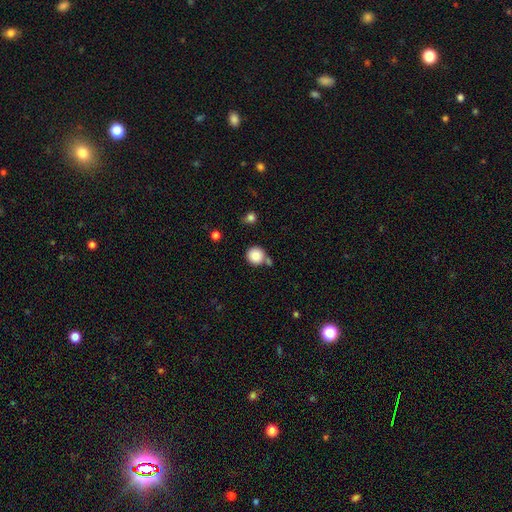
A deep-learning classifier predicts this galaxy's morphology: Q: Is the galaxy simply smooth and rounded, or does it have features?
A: smooth — 85%.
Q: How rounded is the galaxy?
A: round — 93%.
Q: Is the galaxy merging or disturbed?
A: none — 71%.